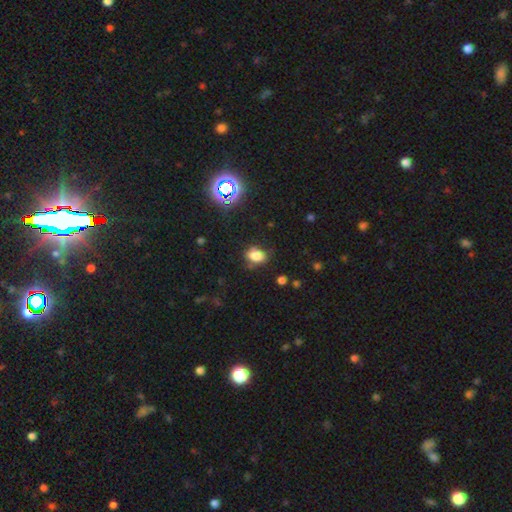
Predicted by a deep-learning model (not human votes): This appears to be a smooth galaxy with no disk features (78%) that is in between round and cigar-shaped (76%). Merging: none (73%).